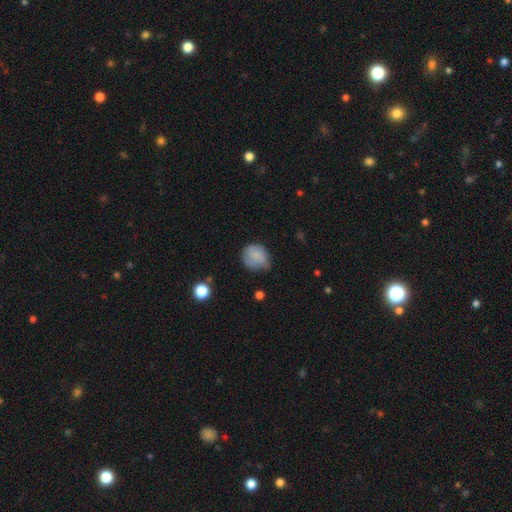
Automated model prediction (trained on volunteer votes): This appears to be a smooth galaxy with no disk features (79%) that is round (73%). Merging: none (47%).